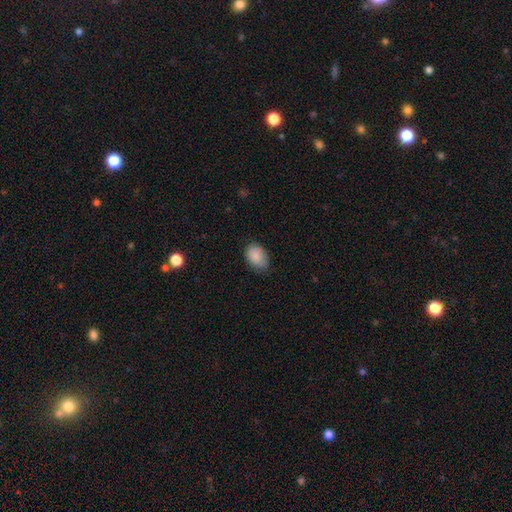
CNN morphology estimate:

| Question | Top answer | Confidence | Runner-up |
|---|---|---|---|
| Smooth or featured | smooth | 88% | star or artifact (7%) |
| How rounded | in between | 82% | round (17%) |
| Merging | none | 71% | minor disturbance (24%) |